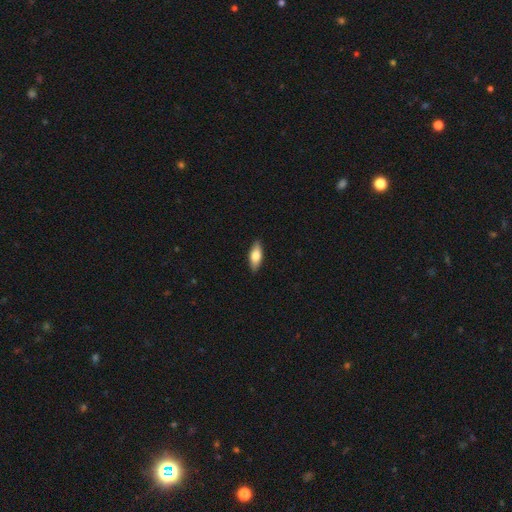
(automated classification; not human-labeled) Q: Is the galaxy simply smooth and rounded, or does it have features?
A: smooth — 72%.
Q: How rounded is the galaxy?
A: in between — 74%.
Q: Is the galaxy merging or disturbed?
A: none — 89%.